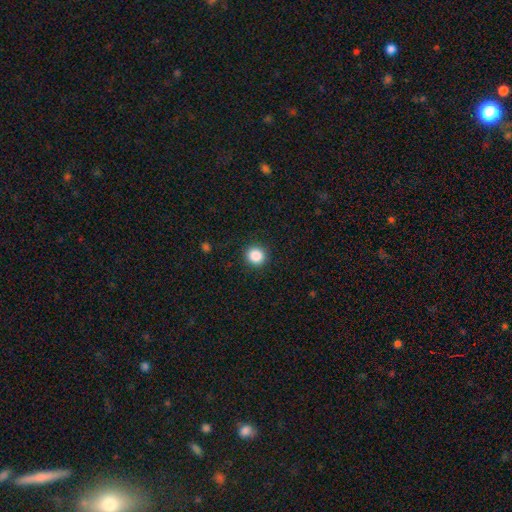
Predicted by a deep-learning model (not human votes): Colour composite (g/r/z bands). It shows a smooth galaxy with no disk features (87%) that is round (89%). Merging: none (90%).